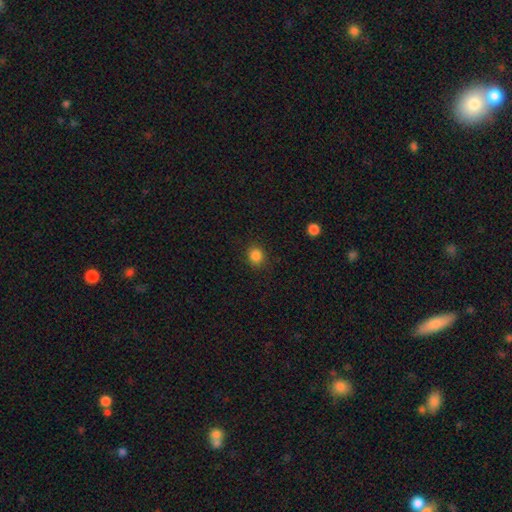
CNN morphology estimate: This appears to be a smooth galaxy with no disk features (85%) that is round (81%). Merging: none (89%).